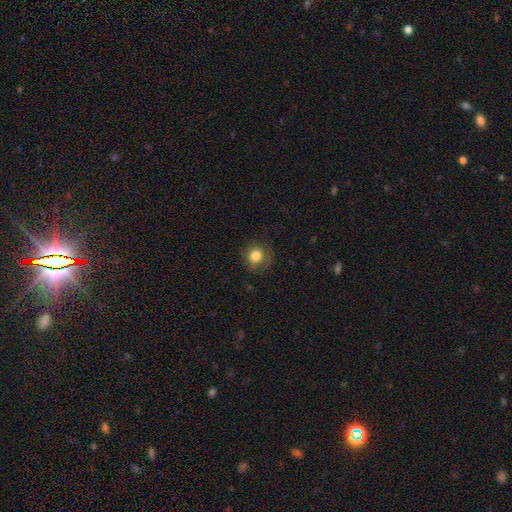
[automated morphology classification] The model was most divided on "merging": none: 76%, minor disturbance: 15%, major disturbance: 7%, merger: 1%. More confident: how rounded — round (84%); smooth or featured — smooth (80%).